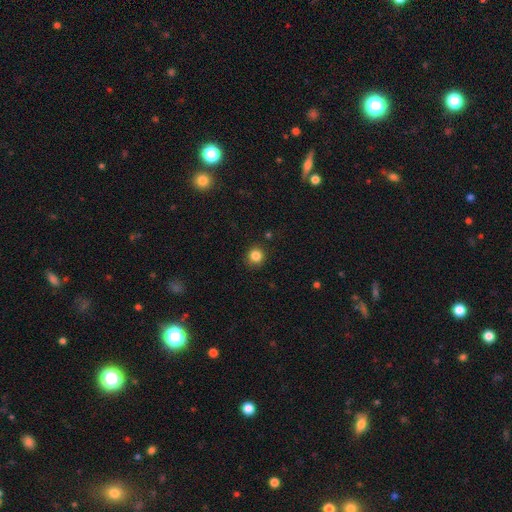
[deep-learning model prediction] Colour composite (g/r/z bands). It shows a smooth galaxy with no disk features (84%) that is round (92%). Merging: none (89%).